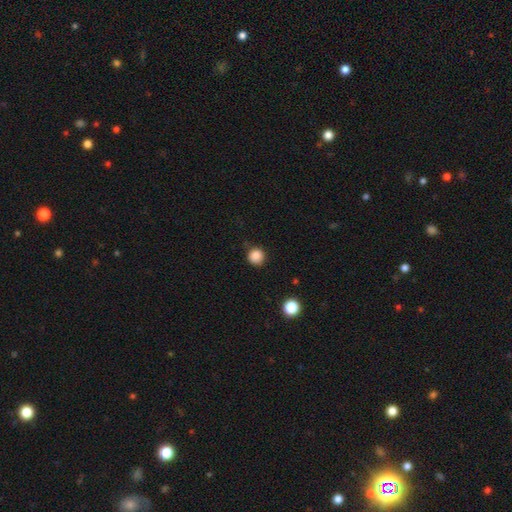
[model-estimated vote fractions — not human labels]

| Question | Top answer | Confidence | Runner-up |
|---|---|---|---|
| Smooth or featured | smooth | 86% | star or artifact (11%) |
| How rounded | round | 93% | in between (6%) |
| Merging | none | 82% | minor disturbance (13%) |